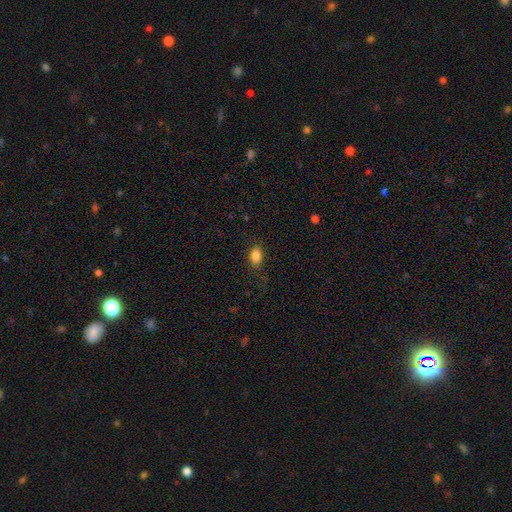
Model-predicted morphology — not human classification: A smooth galaxy with no disk features (85%) that is in between round and cigar-shaped (83%).

Vote fractions:
- Smooth or featured? smooth: 85% / star or artifact: 9% / featured or disk: 5%
- How rounded? in between: 83% / round: 16% / cigar-shaped: 2%
- Merging? none: 83% / minor disturbance: 12% / major disturbance: 3% / merger: 1%